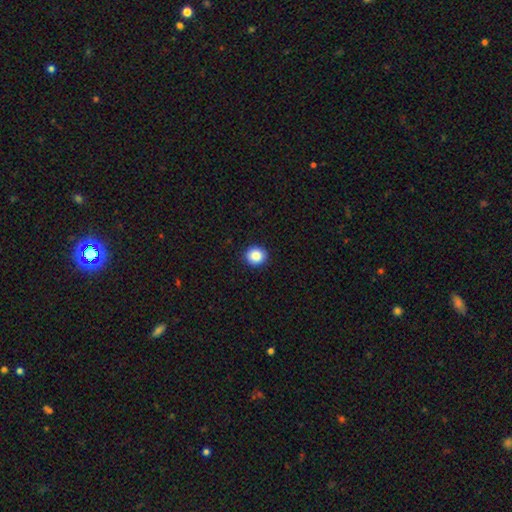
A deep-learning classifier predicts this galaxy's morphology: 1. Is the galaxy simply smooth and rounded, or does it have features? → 87% smooth, 9% star or artifact, 4% featured or disk.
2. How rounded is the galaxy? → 89% round, 10% in between, 1% cigar-shaped.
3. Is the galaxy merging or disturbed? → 93% none, 5% minor disturbance, 2% major disturbance, 1% merger.